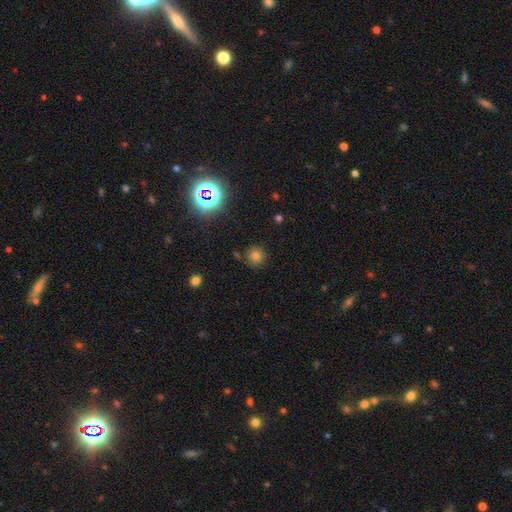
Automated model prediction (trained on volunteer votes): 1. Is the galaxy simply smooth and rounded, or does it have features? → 73% smooth, 19% star or artifact, 8% featured or disk.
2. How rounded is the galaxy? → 92% round, 7% in between, 1% cigar-shaped.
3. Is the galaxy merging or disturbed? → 83% none, 10% minor disturbance, 4% merger, 3% major disturbance.